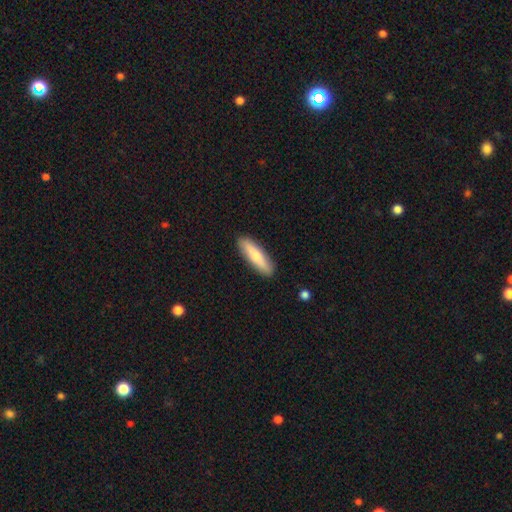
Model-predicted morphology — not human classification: smooth 71%, featured or disk 24%, star or artifact 5%. Down the decision tree: how rounded — cigar-shaped (64%); merging — none (89%).